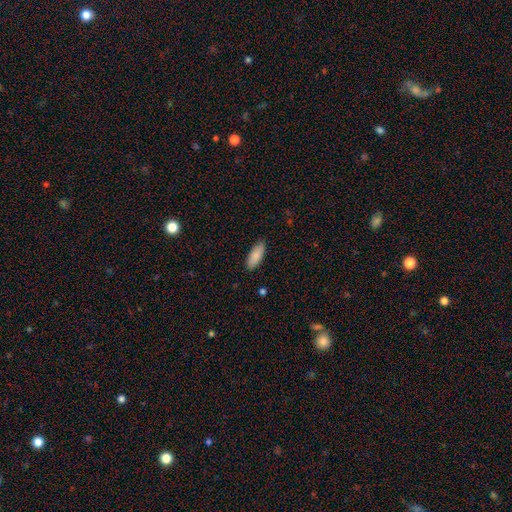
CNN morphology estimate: Smooth or featured? Predicted: smooth (p=0.88). How rounded? Predicted: in between (p=0.77). Merging? Predicted: none (p=0.87).